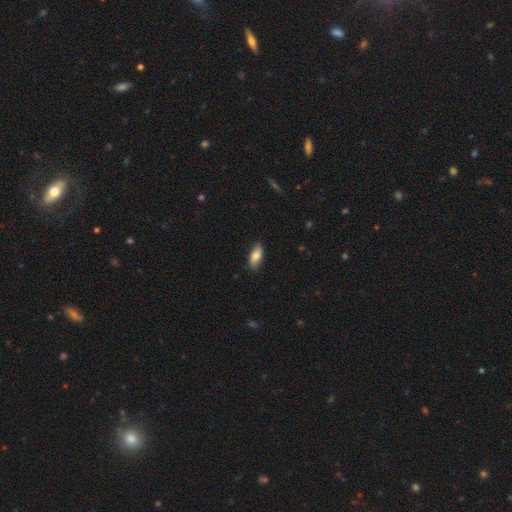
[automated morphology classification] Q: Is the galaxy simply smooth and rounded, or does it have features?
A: smooth — 82%.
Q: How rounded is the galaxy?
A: in between — 84%.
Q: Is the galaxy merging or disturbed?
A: none — 85%.